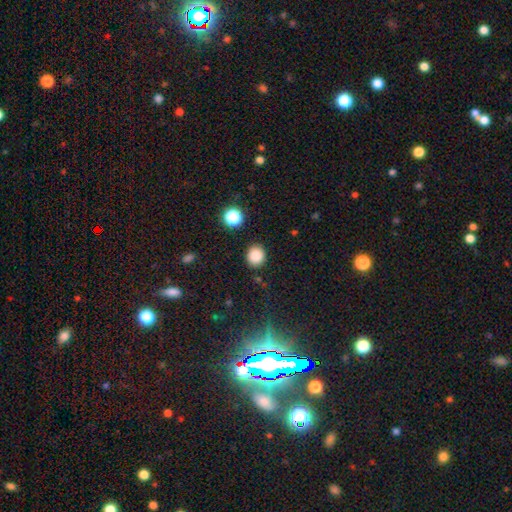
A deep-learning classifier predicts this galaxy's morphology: A smooth galaxy with no disk features (85%) that is round (79%).

Vote fractions:
- Smooth or featured? smooth: 85% / star or artifact: 11% / featured or disk: 4%
- How rounded? round: 79% / in between: 20% / cigar-shaped: 1%
- Merging? none: 87% / minor disturbance: 8% / major disturbance: 2% / merger: 2%